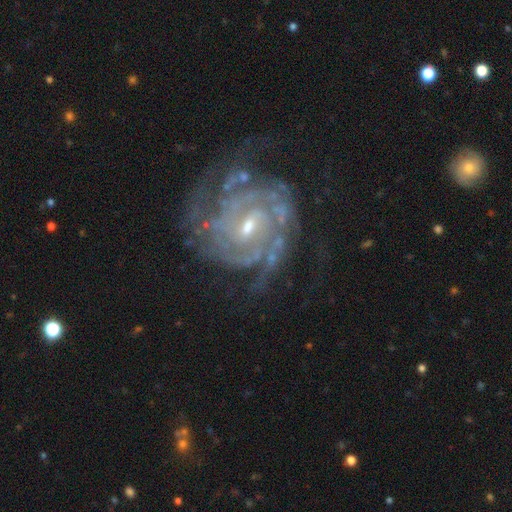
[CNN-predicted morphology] A featured or disk galaxy (90%) with a weak bar (50%), tight (72%) spiral arms (97%) and a small central bulge (59%).

Vote fractions:
- Smooth or featured? featured or disk: 90% / star or artifact: 6% / smooth: 4%
- Edge-on disk? no: 97% / yes: 3%
- Bar? weak: 50% / no: 31% / strong: 19%
- Spiral arms? yes: 97% / no: 3%
- Spiral winding? tight: 72% / medium: 24% / loose: 4%
- Spiral arm count? can't tell: 29% / 3: 18% / 2: 18% / 4: 18% / more than 4: 10% / 1: 7%
- Bulge size? small: 59% / moderate: 37% / none: 2% / large: 2% / dominant: 1%
- Merging? none: 66% / minor disturbance: 19% / major disturbance: 13% / merger: 2%